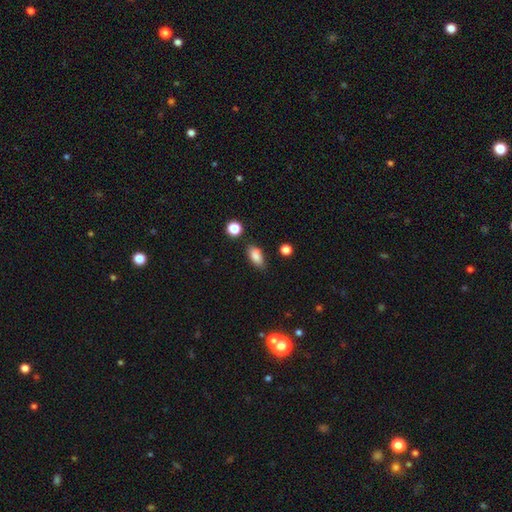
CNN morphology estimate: This is clearly a smooth galaxy (85%). How rounded: clearly in between (86%). Merging: likely none (77%).